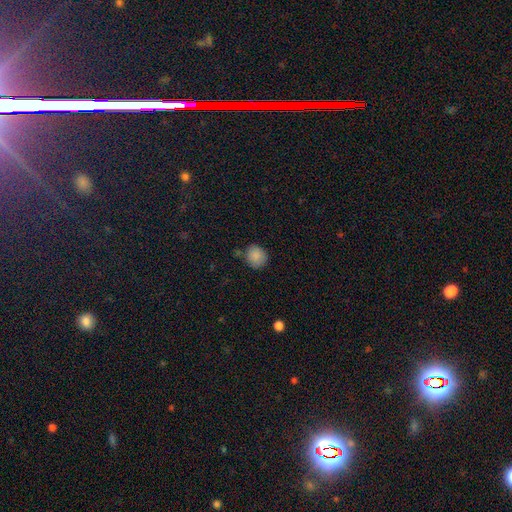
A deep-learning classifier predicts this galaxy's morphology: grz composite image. It shows a smooth galaxy with no disk features (87%) that is round (82%). Merging: none (75%).